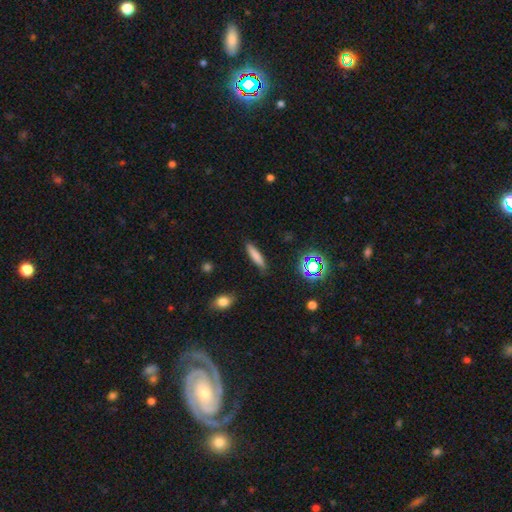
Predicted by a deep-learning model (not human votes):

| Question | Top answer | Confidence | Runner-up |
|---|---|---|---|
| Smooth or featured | smooth | 78% | featured or disk (11%) |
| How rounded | cigar-shaped | 82% | in between (16%) |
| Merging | none | 86% | minor disturbance (10%) |